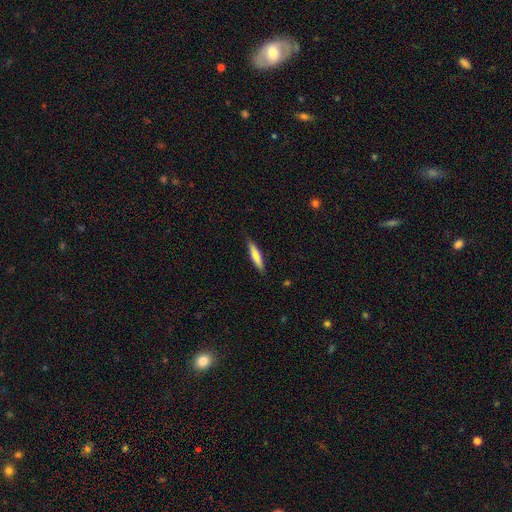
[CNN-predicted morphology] A smooth galaxy with no disk features (70%) that is cigar-shaped (86%).

Vote fractions:
- Smooth or featured? smooth: 70% / featured or disk: 25% / star or artifact: 5%
- How rounded? cigar-shaped: 86% / in between: 13% / round: 1%
- Merging? none: 85% / minor disturbance: 12% / major disturbance: 2% / merger: 1%